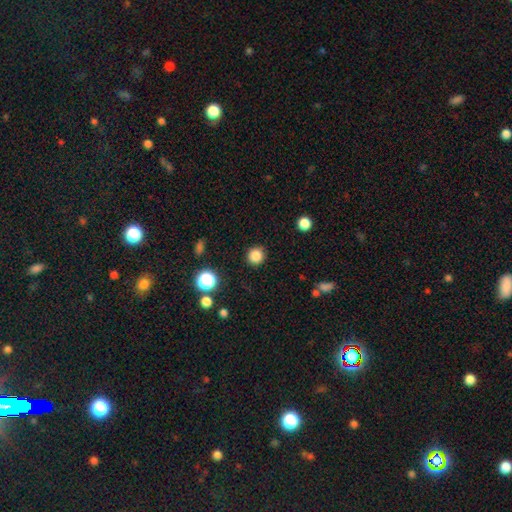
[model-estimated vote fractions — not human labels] Morphology: type=smooth (84%); roundness=round (94%); merging=none (91%).